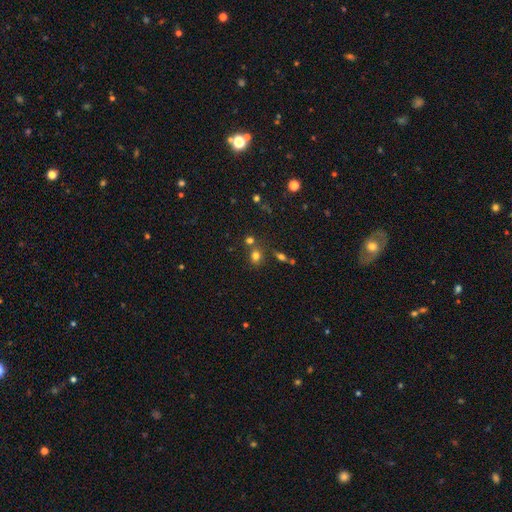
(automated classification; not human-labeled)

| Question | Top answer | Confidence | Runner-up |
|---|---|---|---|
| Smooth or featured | smooth | 72% | star or artifact (19%) |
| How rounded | round | 67% | in between (32%) |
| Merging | none | 65% | merger (20%) |